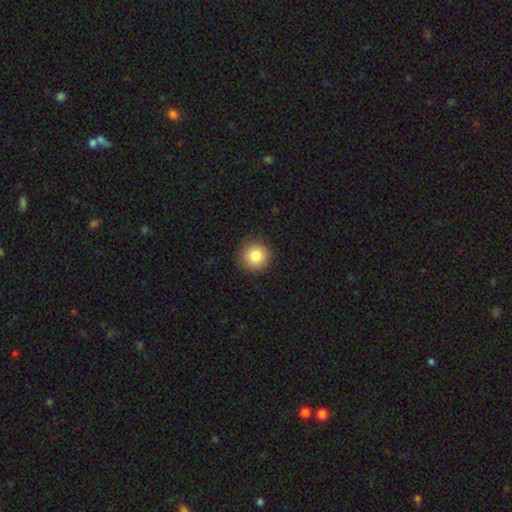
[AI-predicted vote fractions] Smooth or featured: smooth — 85% (star or artifact — 9%)
How rounded: round — 95% (in between — 4%)
Merging: none — 90% (minor disturbance — 7%)